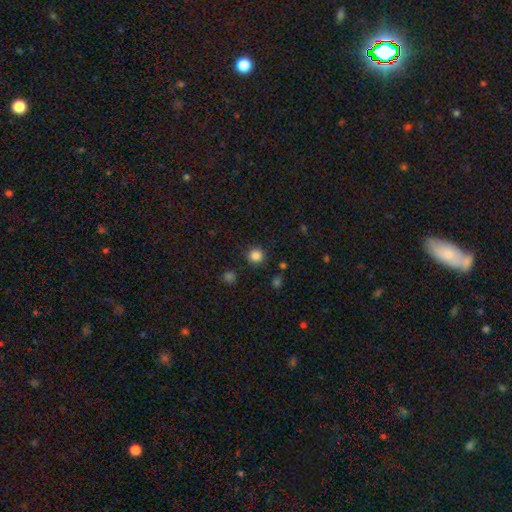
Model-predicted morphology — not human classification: Smooth or featured: smooth — 85% (star or artifact — 12%)
How rounded: round — 94% (in between — 5%)
Merging: none — 89% (minor disturbance — 6%)